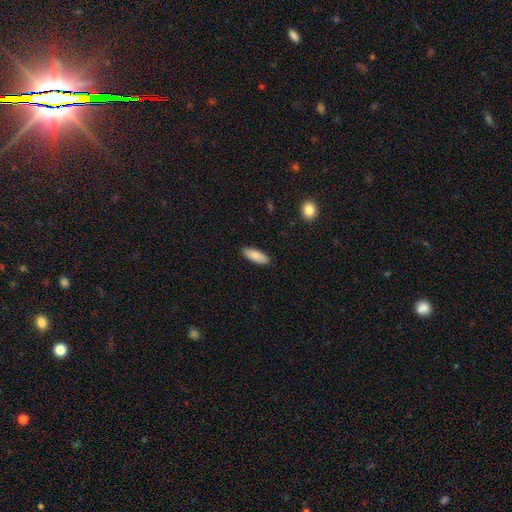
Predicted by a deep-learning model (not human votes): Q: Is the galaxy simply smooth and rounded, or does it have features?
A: smooth — 87%.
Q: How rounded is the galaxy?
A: in between — 72%.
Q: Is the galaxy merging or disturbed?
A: none — 89%.